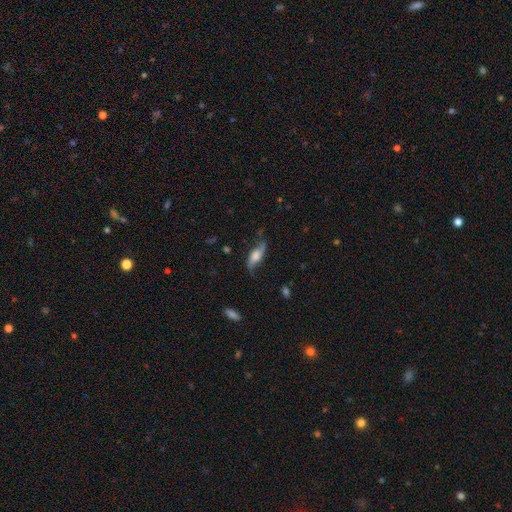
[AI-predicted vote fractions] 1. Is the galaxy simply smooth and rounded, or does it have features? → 59% featured or disk, 34% smooth, 8% star or artifact.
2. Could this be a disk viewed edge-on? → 66% no, 34% yes.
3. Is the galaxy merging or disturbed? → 66% none, 24% minor disturbance, 9% major disturbance, 2% merger.